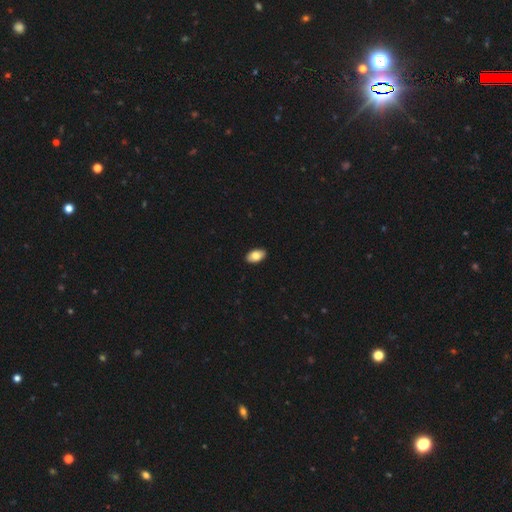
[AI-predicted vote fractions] Smooth or featured? smooth (84%)
How rounded? in between (94%)
Merging? none (90%)